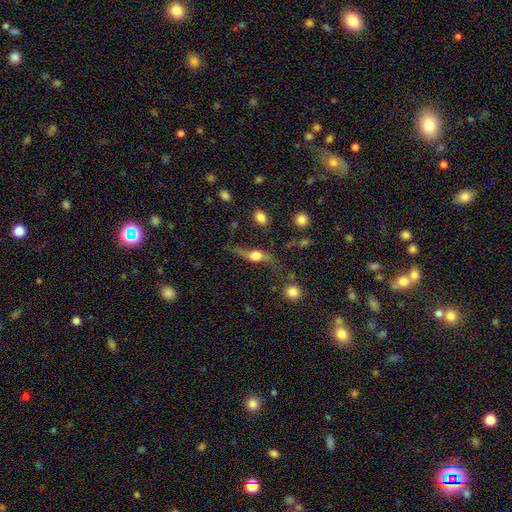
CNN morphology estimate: This appears to be a featured or disk galaxy (70%) viewed edge-on (65%). Merging: none (62%).